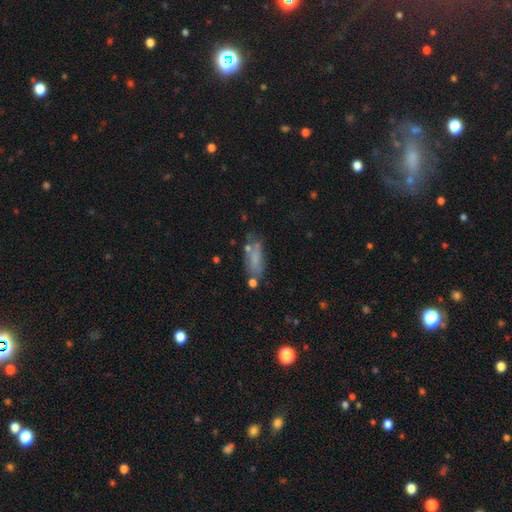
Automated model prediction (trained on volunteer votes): Q: Smooth or featured?
A: smooth (62%); runner-up: featured or disk (27%)
Q: How rounded?
A: in between (69%); runner-up: cigar-shaped (28%)
Q: Merging?
A: none (51%); runner-up: minor disturbance (24%)